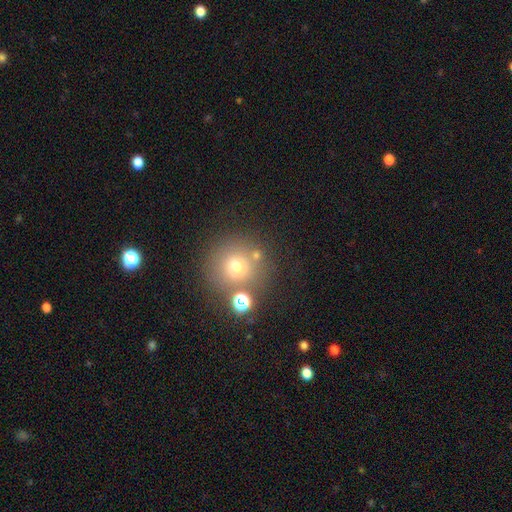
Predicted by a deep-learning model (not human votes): A smooth galaxy with no disk features (64%) that is round (92%). Merging: none (73%).